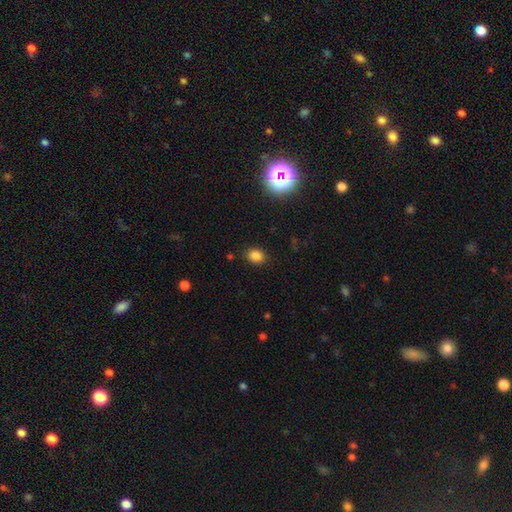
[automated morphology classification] Q: Smooth or featured?
A: smooth (83%); runner-up: star or artifact (13%)
Q: How rounded?
A: in between (55%); runner-up: round (44%)
Q: Merging?
A: none (87%); runner-up: minor disturbance (9%)